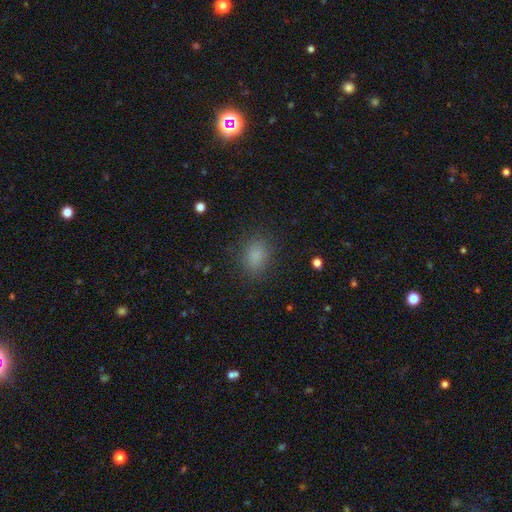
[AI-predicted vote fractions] smooth 83%, star or artifact 13%, featured or disk 5%. Down the decision tree: how rounded — in between (67%); merging — none (84%).